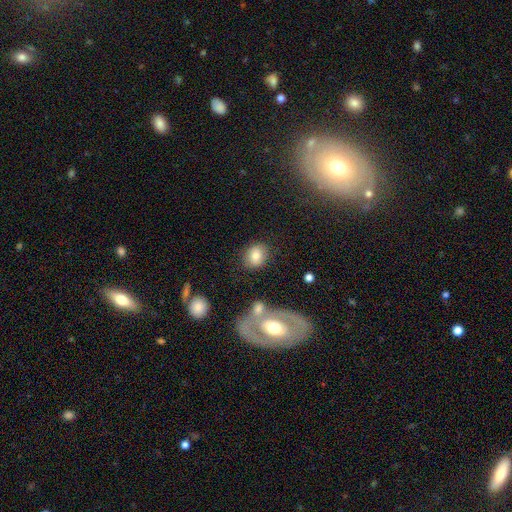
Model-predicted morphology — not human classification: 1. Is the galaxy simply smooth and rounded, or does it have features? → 77% smooth, 14% featured or disk, 9% star or artifact.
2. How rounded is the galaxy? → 59% round, 40% in between, 1% cigar-shaped.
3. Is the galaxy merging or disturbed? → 78% none, 12% minor disturbance, 6% merger, 4% major disturbance.